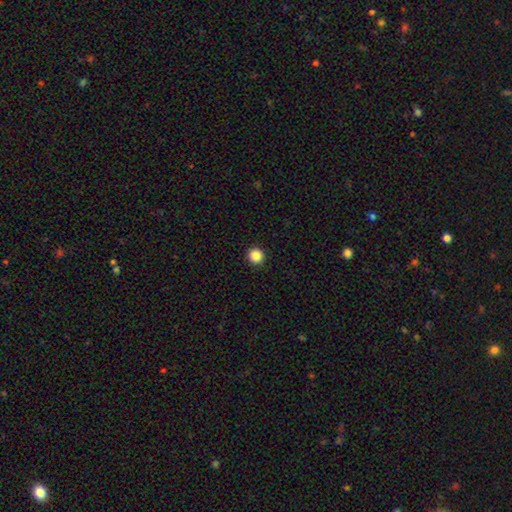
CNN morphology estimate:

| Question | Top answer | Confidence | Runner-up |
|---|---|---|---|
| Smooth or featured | smooth | 88% | star or artifact (10%) |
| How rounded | round | 95% | in between (4%) |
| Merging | none | 93% | minor disturbance (4%) |